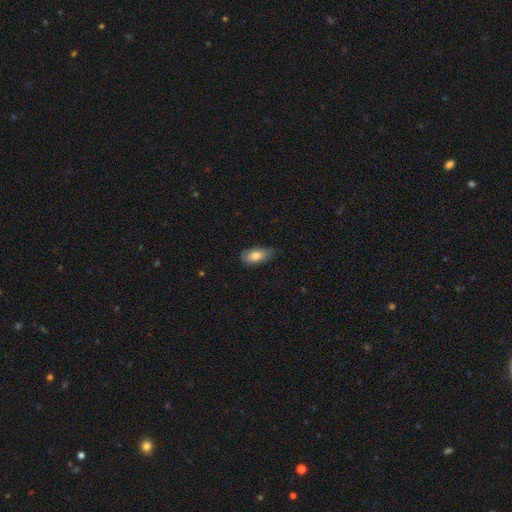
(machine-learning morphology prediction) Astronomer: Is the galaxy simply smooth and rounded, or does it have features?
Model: smooth — 78%.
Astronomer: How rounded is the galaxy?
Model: in between — 88%.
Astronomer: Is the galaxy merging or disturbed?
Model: none — 59%.